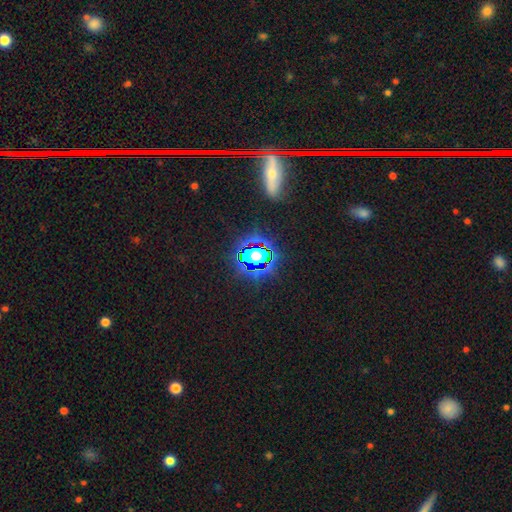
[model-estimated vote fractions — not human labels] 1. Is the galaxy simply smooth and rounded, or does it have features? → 64% star or artifact, 25% smooth, 11% featured or disk.